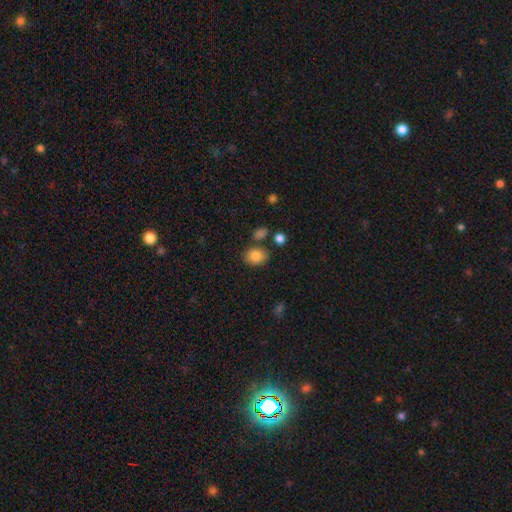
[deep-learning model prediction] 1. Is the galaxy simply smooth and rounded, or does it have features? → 84% smooth, 10% star or artifact, 7% featured or disk.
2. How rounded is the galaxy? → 60% in between, 39% round, 1% cigar-shaped.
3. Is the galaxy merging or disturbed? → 75% none, 12% minor disturbance, 9% merger, 4% major disturbance.